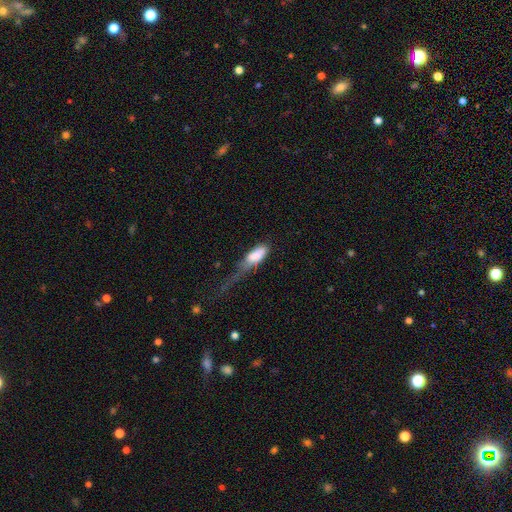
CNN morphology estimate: smooth-or-featured: smooth: 78% | featured or disk: 15% | star or artifact: 7%
  how-rounded: in between: 74% | cigar-shaped: 23% | round: 3%
  merging: major disturbance: 54% | minor disturbance: 25% | none: 15% | merger: 5%